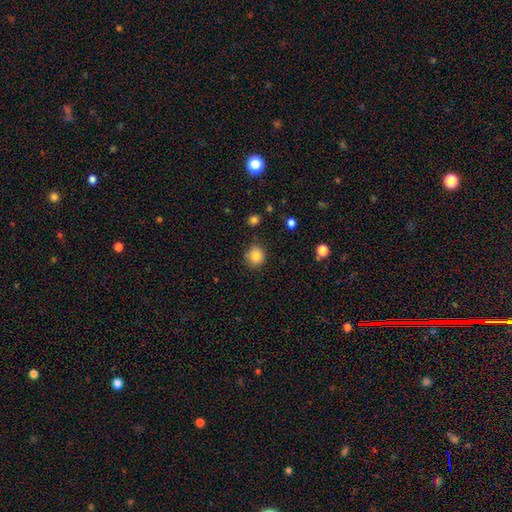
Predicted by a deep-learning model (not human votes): This is clearly a smooth galaxy (83%). How rounded: clearly round (85%). Merging: clearly none (82%).